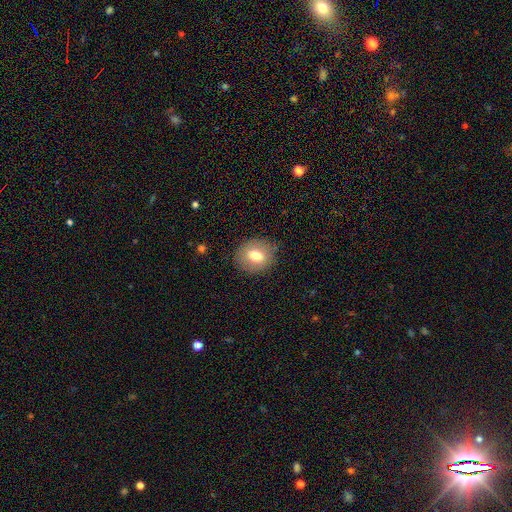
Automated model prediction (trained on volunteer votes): Morphology: type=smooth (73%); roundness=round (66%); merging=none (85%).